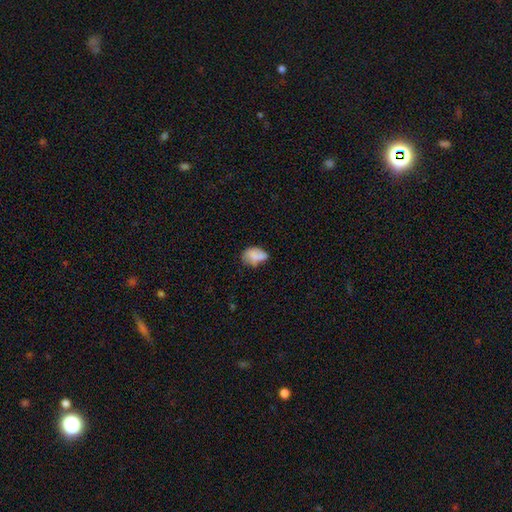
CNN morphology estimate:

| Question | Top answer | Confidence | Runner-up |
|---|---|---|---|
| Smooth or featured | smooth | 70% | featured or disk (21%) |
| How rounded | in between | 80% | round (18%) |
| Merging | none | 42% | minor disturbance (31%) |